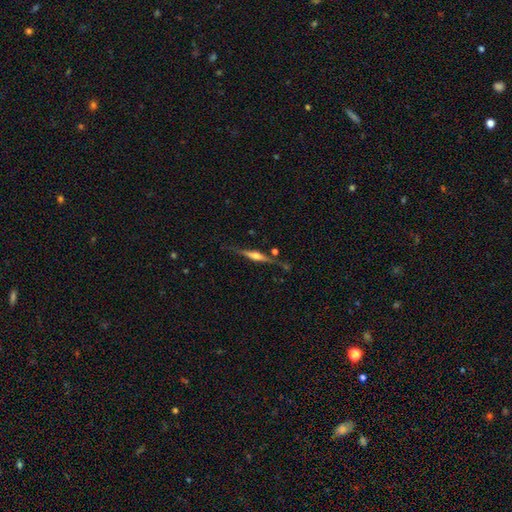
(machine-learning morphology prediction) This is likely a featured or disk galaxy (77%). It is clearly viewed edge-on (98%). Edge-on bulge: clearly rounded (84%). Merging: likely none (79%).